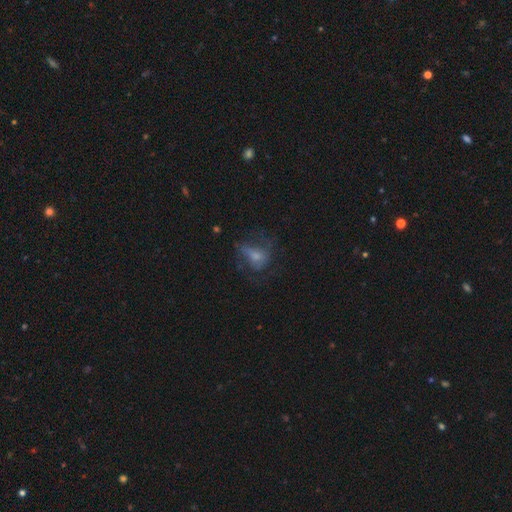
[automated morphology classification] Smooth or featured? Predicted: smooth (p=0.44). Merging? Predicted: none (p=0.40).